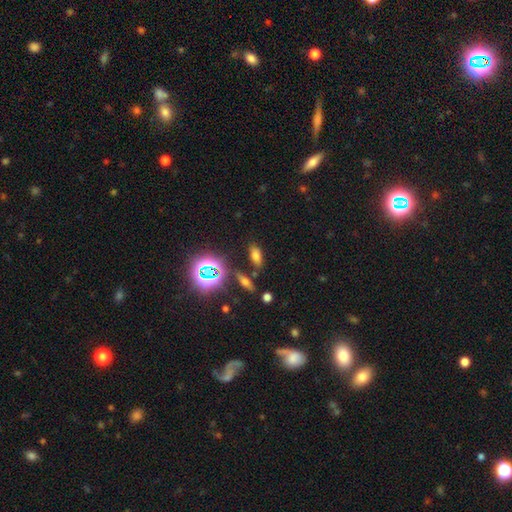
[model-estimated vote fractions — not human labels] Q: Smooth or featured?
A: smooth (61%); runner-up: star or artifact (27%)
Q: How rounded?
A: in between (80%); runner-up: cigar-shaped (12%)
Q: Merging?
A: none (79%); runner-up: minor disturbance (11%)